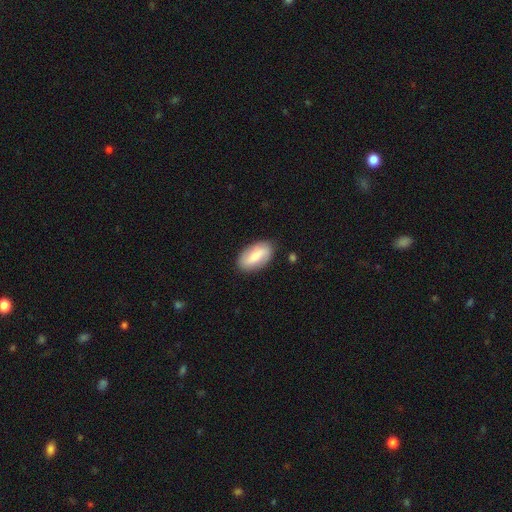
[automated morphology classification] Overall: smooth (65%; featured or disk 29%). How rounded: in between (93%). Merging: none (85%).